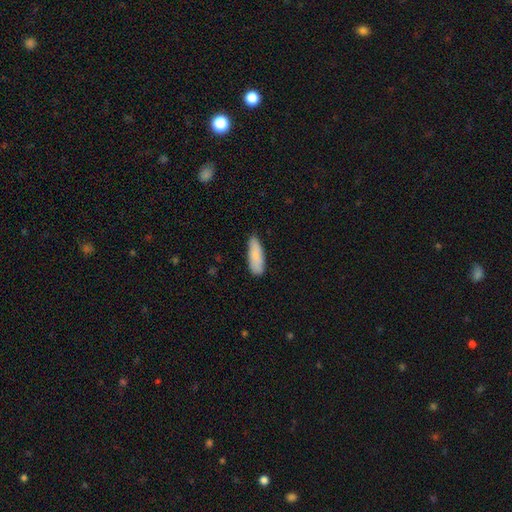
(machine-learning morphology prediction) This is clearly a smooth galaxy (84%). How rounded: possibly in between (58%). Merging: likely none (80%).